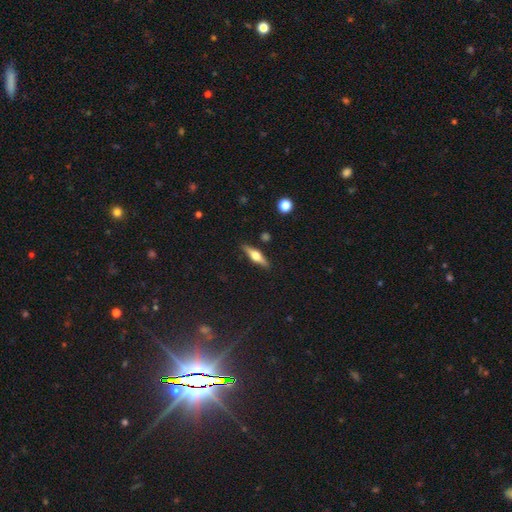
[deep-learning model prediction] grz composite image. It shows a featured or disk galaxy (58%) viewed edge-on (95%) with a rounded central bulge (94%). Merging: none (88%).